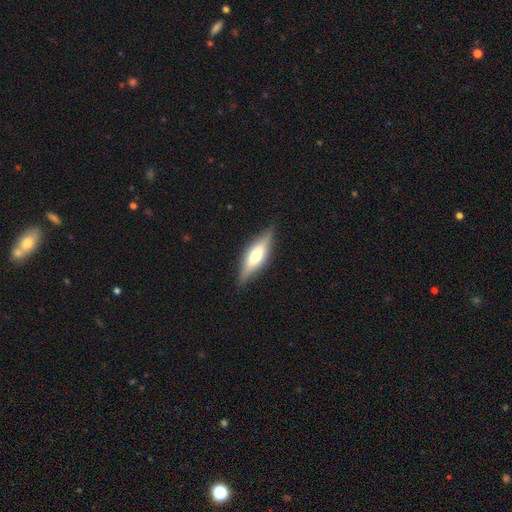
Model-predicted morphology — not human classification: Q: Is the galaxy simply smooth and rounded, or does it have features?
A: featured or disk — 54%.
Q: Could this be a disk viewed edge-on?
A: yes — 92%.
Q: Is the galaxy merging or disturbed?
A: none — 85%.